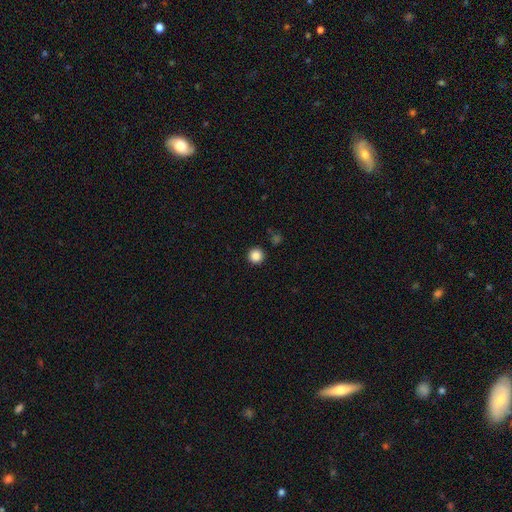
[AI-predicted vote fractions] Morphology: type=smooth (86%); roundness=round (96%); merging=none (92%).